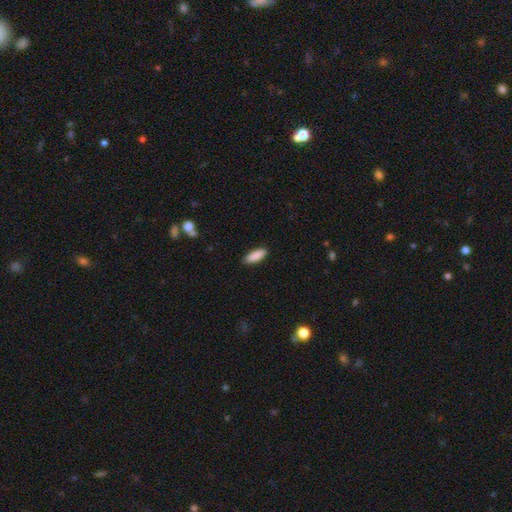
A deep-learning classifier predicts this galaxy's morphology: type=smooth (89%); roundness=in between (65%); merging=none (88%).